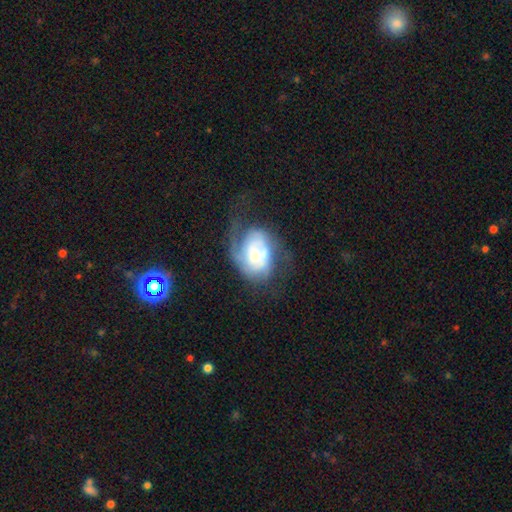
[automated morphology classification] Smooth or featured?
  - featured or disk: 70% *
  - smooth: 23%
  - star or artifact: 8%
Edge-on disk?
  - no: 97% *
  - yes: 3%
Bar?
  - no: 71% *
  - weak: 24%
  - strong: 5%
Spiral arms?
  - yes: 84% *
  - no: 16%
Spiral winding?
  - tight: 45% *
  - medium: 35%
  - loose: 20%
Spiral arm count?
  - can't tell: 34% * (tied)
  - 2: 34% * (tied)
  - 1: 16%
  - 3: 10%
  - 4: 3%
  - more than 4: 3%
Bulge size?
  - small: 53% *
  - moderate: 35%
  - large: 7%
  - none: 3%
  - dominant: 2%
Merging?
  - none: 41% *
  - major disturbance: 31%
  - minor disturbance: 24%
  - merger: 4%